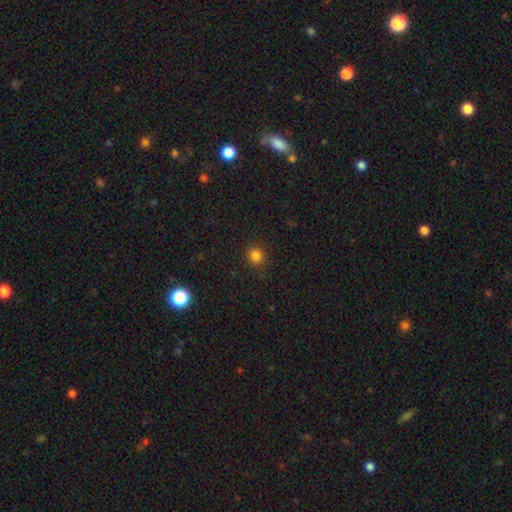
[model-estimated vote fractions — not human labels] This appears to be a smooth galaxy with no disk features (82%) that is round (90%). Merging: none (89%).